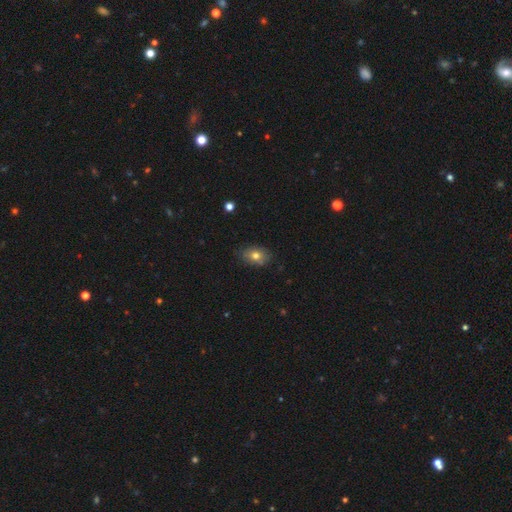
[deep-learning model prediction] Smooth or featured? Predicted: smooth (p=0.74). How rounded? Predicted: in between (p=0.78). Merging? Predicted: none (p=0.78).